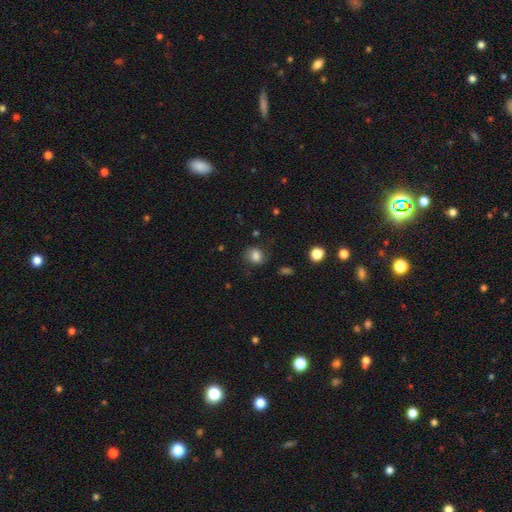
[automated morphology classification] Smooth or featured?
  - smooth: 76% *
  - featured or disk: 13%
  - star or artifact: 11%
How rounded?
  - round: 59% *
  - in between: 40%
  - cigar-shaped: 1%
Merging?
  - none: 70% *
  - minor disturbance: 20%
  - major disturbance: 8%
  - merger: 2%